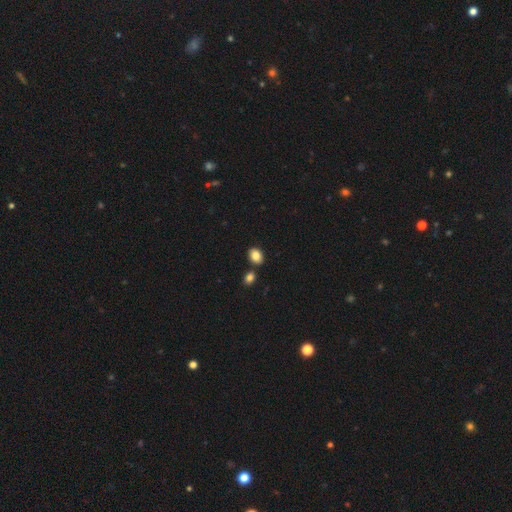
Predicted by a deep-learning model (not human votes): Morphology: type=smooth (85%); roundness=in between (68%); merging=none (76%).